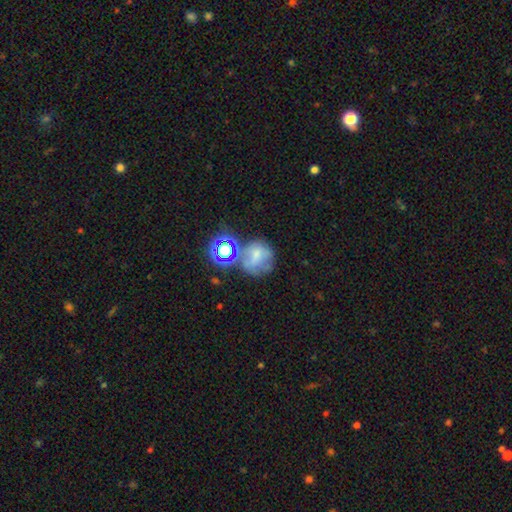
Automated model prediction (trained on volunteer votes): The model was most divided on "merging": none: 42%, merger: 24%, minor disturbance: 19%, major disturbance: 15%. Remaining: smooth or featured — smooth (46%).